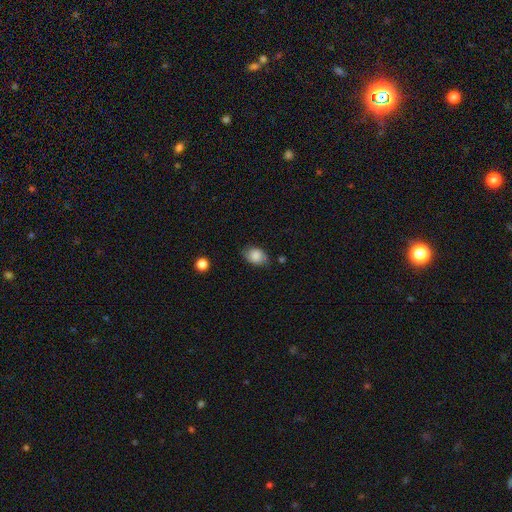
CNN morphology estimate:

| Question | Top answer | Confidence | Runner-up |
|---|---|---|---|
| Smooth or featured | smooth | 84% | featured or disk (9%) |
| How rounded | in between | 73% | round (25%) |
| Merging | none | 73% | minor disturbance (21%) |